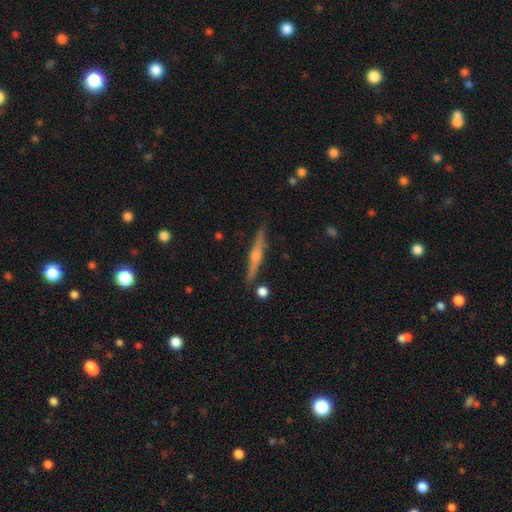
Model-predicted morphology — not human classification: Overall: featured or disk (71%). Edge-on disk: yes (98%). Edge-on bulge: rounded (85%). Merging: none (88%).